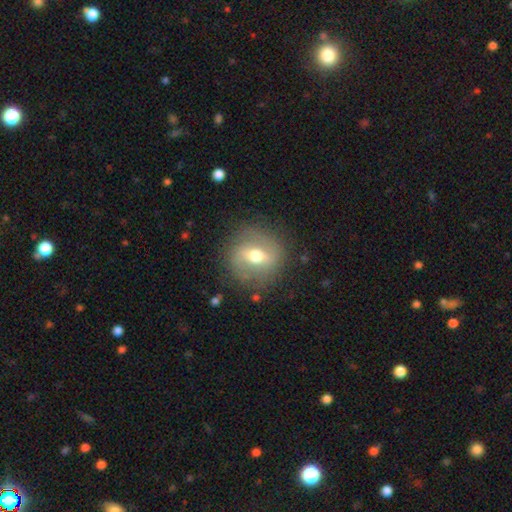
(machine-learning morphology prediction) Overall: featured or disk (56%; smooth 36%). Edge-on disk: no (85%). Merging: none (79%).